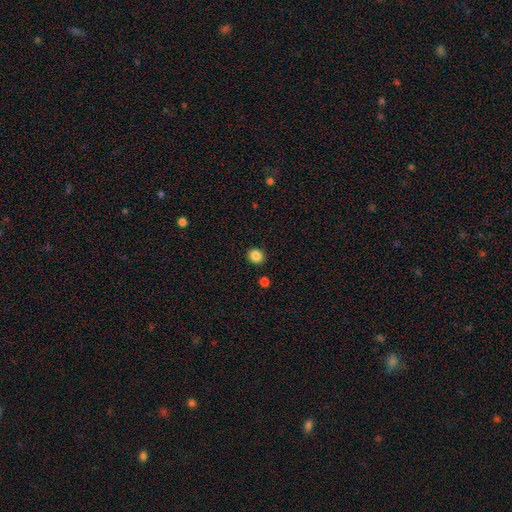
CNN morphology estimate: smooth-or-featured: smooth: 86% | star or artifact: 10% | featured or disk: 4%
  how-rounded: round: 80% | in between: 19% | cigar-shaped: 1%
  merging: none: 89% | minor disturbance: 7% | merger: 2% | major disturbance: 2%